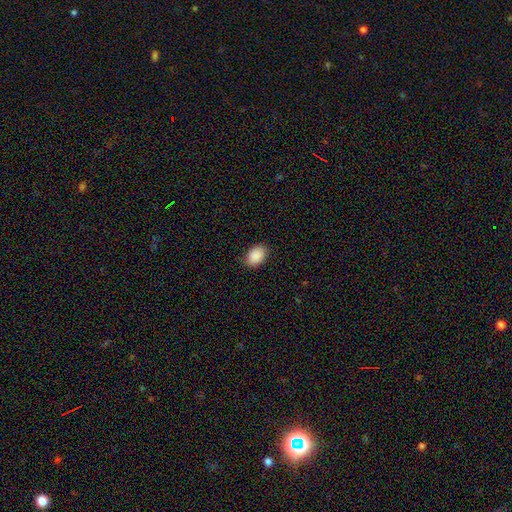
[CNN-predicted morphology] smooth-or-featured: smooth: 90% | star or artifact: 7% | featured or disk: 3%
  how-rounded: in between: 85% | round: 14% | cigar-shaped: 1%
  merging: none: 86% | minor disturbance: 11% | major disturbance: 2% | merger: 1%